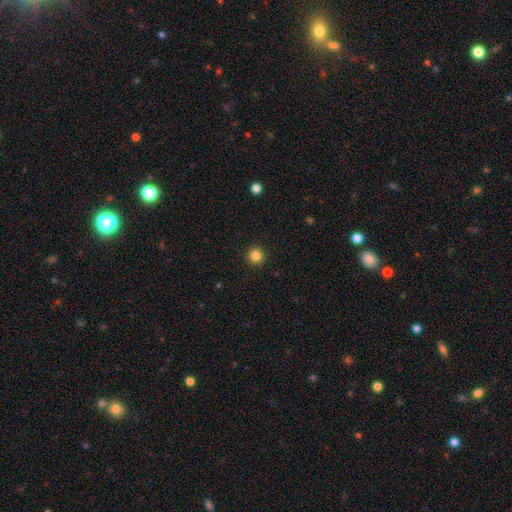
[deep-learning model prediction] Smooth or featured: smooth — 85% (star or artifact — 11%)
How rounded: round — 95% (in between — 4%)
Merging: none — 93% (minor disturbance — 4%)